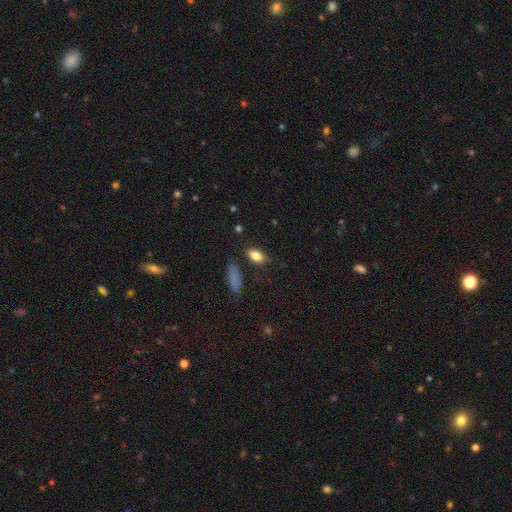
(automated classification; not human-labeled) Smooth or featured: smooth — 84% (featured or disk — 8%)
How rounded: in between — 88% (cigar-shaped — 7%)
Merging: none — 82% (minor disturbance — 11%)